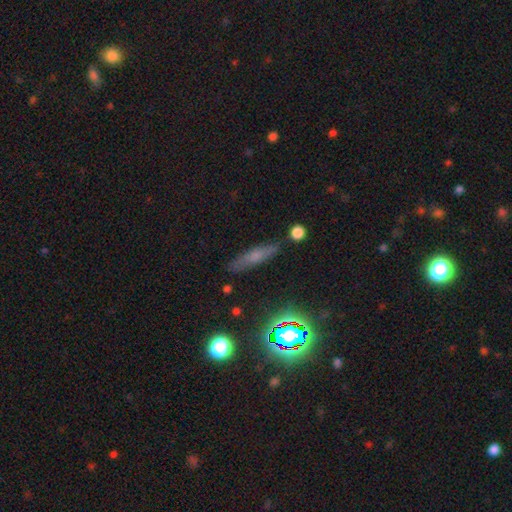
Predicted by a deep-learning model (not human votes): Smooth or featured: smooth — 51% (featured or disk — 31%)
How rounded: cigar-shaped — 77% (in between — 19%)
Merging: none — 81% (minor disturbance — 13%)